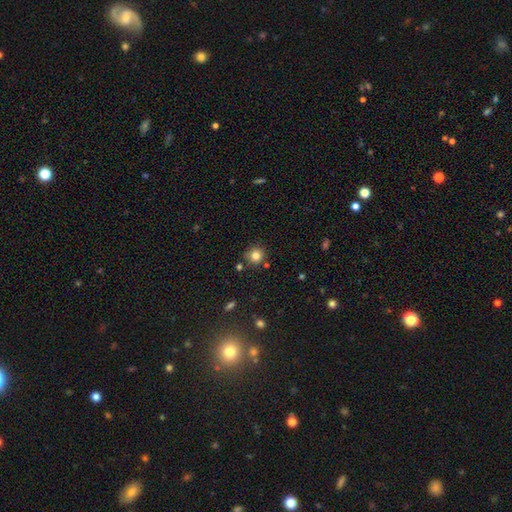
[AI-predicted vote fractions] A smooth galaxy with no disk features (81%) that is round (91%).

Vote fractions:
- Smooth or featured? smooth: 81% / star or artifact: 12% / featured or disk: 7%
- How rounded? round: 91% / in between: 8% / cigar-shaped: 1%
- Merging? none: 81% / minor disturbance: 11% / merger: 6% / major disturbance: 3%